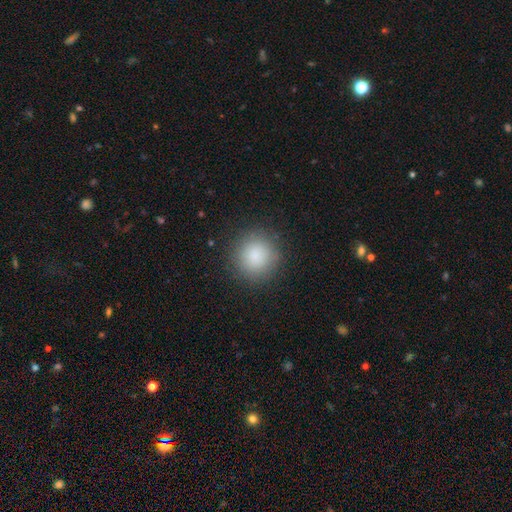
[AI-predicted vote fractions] A smooth galaxy with no disk features (86%) that is round (91%).

Vote fractions:
- Smooth or featured? smooth: 86% / star or artifact: 9% / featured or disk: 5%
- How rounded? round: 91% / in between: 8% / cigar-shaped: 1%
- Merging? none: 88% / minor disturbance: 8% / major disturbance: 3% / merger: 1%